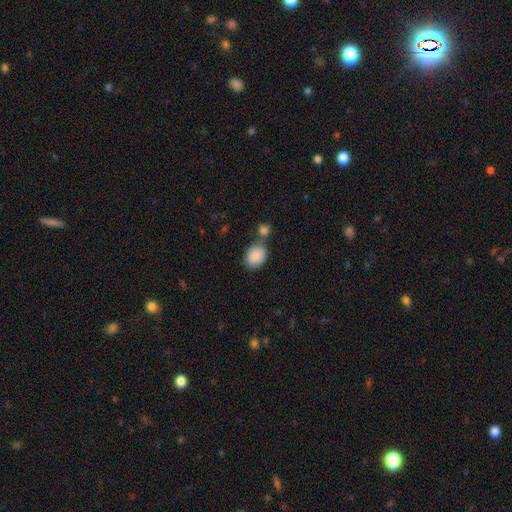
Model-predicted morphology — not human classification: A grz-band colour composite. It shows a smooth galaxy with no disk features (87%) that is in between round and cigar-shaped (65%). Merging: none (57%).